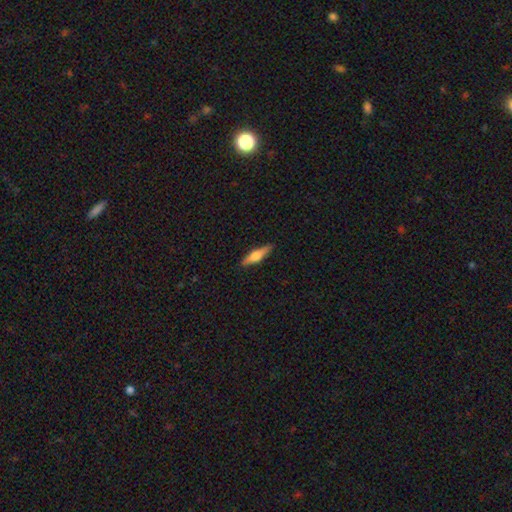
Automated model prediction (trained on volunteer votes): Smooth or featured? featured or disk (48%)
Merging? none (89%)